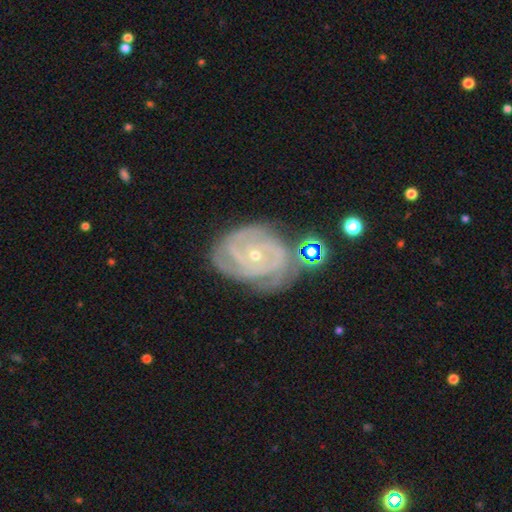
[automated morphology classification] A featured or disk galaxy (86%) with no bar (65%), 3 (32%) tight (70%) spiral arms (96%) and a small central bulge (76%). Merging: none (63%).